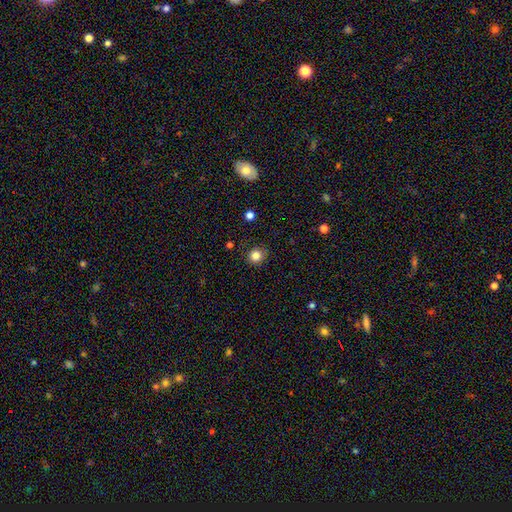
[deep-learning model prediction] The model was most divided on "smooth or featured": smooth: 83%, star or artifact: 12%, featured or disk: 5%. More confident: how rounded — round (88%); merging — none (86%).